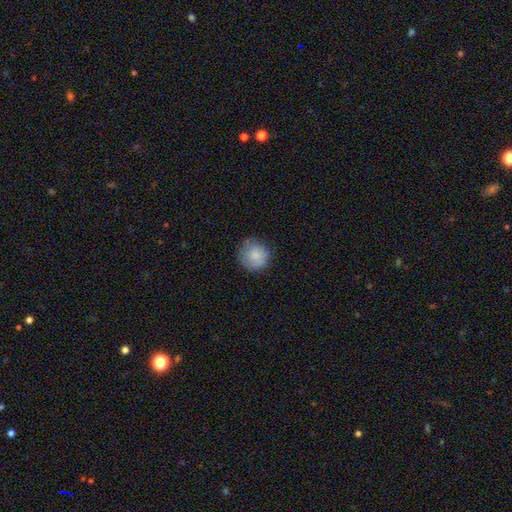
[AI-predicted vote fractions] Morphology: type=smooth (81%); roundness=round (92%); merging=none (73%).